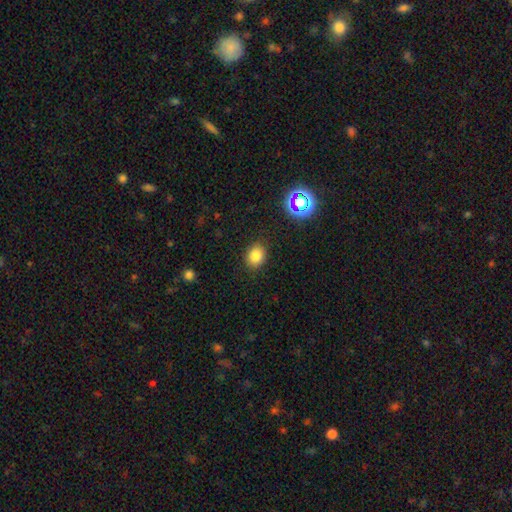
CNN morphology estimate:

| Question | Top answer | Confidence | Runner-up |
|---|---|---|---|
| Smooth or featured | smooth | 80% | star or artifact (14%) |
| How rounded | round | 59% | in between (40%) |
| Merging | none | 88% | minor disturbance (8%) |